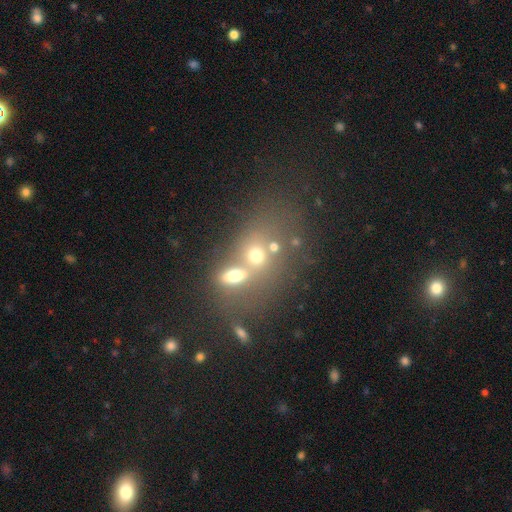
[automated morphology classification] This appears to be a smooth galaxy with no disk features (43%). Merging: merger (61%).